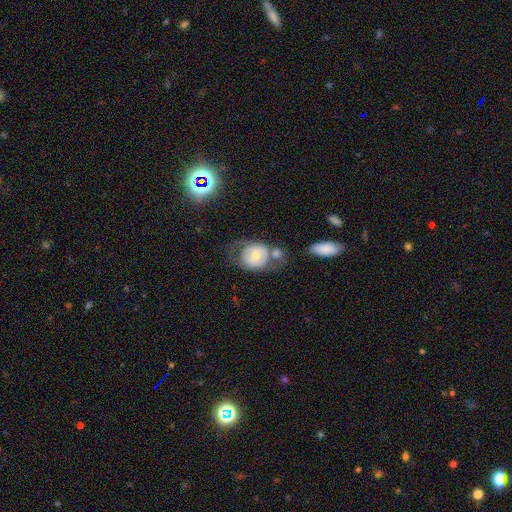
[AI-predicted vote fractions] smooth-or-featured: smooth: 51% | featured or disk: 41% | star or artifact: 8%
  how-rounded: round: 66% | in between: 33% | cigar-shaped: 1%
  merging: none: 34% | merger: 27% | major disturbance: 20% | minor disturbance: 18%